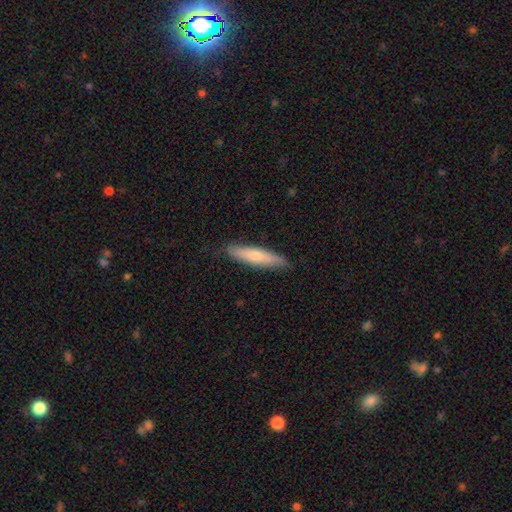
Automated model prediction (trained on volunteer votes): Smooth or featured: smooth — 69% (featured or disk — 25%)
How rounded: cigar-shaped — 82% (in between — 16%)
Merging: none — 85% (minor disturbance — 12%)